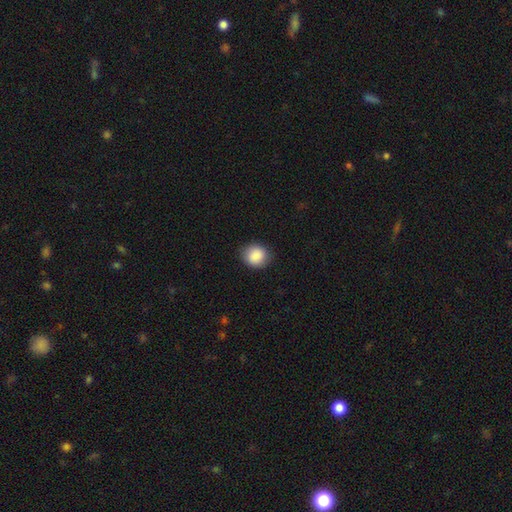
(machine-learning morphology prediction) Q: Smooth or featured?
A: smooth (88%); runner-up: star or artifact (8%)
Q: How rounded?
A: round (75%); runner-up: in between (24%)
Q: Merging?
A: none (85%); runner-up: minor disturbance (12%)